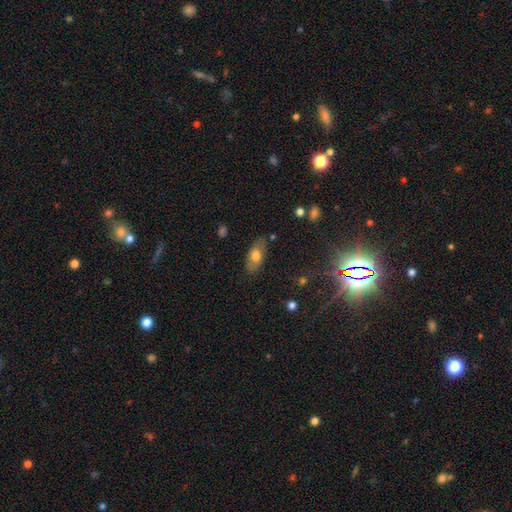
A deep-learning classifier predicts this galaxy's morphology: smooth_or_featured: smooth (p=0.69) [alt: featured or disk p=0.24]
how_rounded: in between (p=0.88) [alt: cigar-shaped p=0.08]
merging: none (p=0.79) [alt: minor disturbance p=0.16]